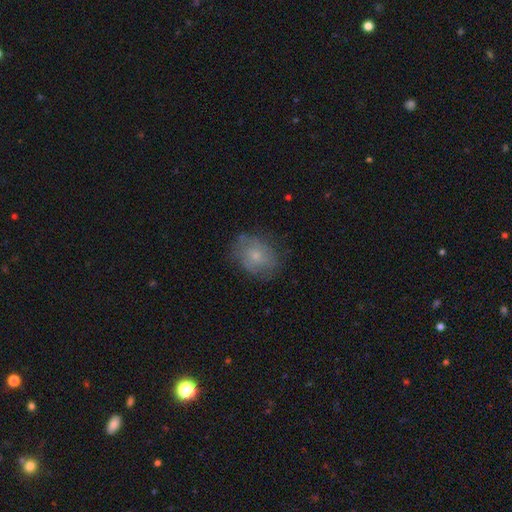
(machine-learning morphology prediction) A smooth galaxy with no disk features (55%) that is in between round and cigar-shaped (51%). Merging: none (68%).